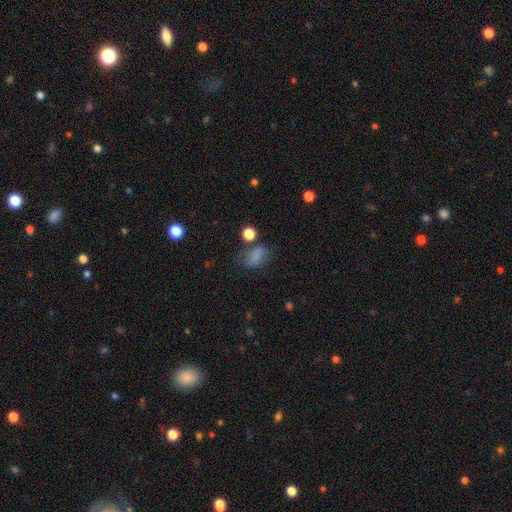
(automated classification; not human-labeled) A smooth galaxy with no disk features (75%) that is in between round and cigar-shaped (78%).

Vote fractions:
- Smooth or featured? smooth: 75% / star or artifact: 15% / featured or disk: 10%
- How rounded? in between: 78% / round: 20% / cigar-shaped: 2%
- Merging? none: 51% / minor disturbance: 25% / major disturbance: 16% / merger: 8%